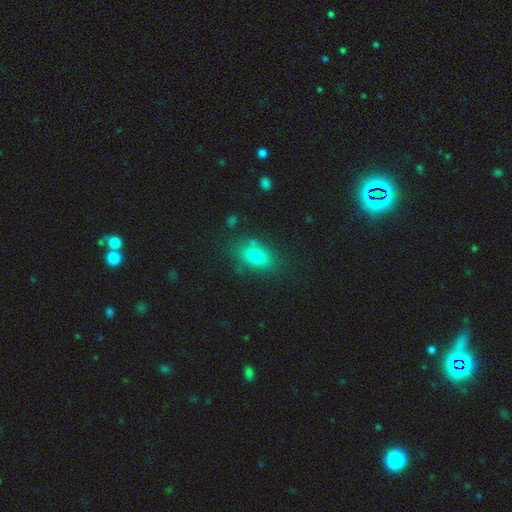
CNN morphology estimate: This is likely a smooth galaxy (77%). How rounded: clearly in between (82%). Merging: likely none (74%).